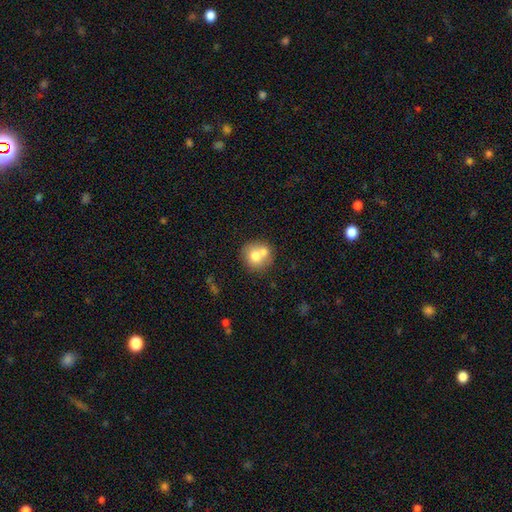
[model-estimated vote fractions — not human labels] Morphology: type=smooth (69%); roundness=round (84%); merging=none (45%).